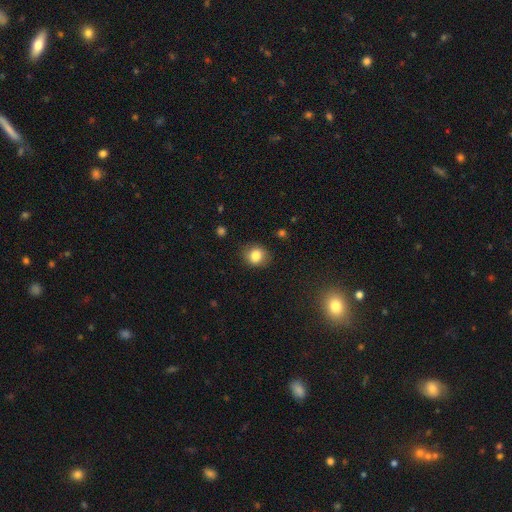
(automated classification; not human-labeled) Q: Smooth or featured?
A: smooth (82%); runner-up: star or artifact (10%)
Q: How rounded?
A: round (70%); runner-up: in between (29%)
Q: Merging?
A: none (84%); runner-up: minor disturbance (12%)